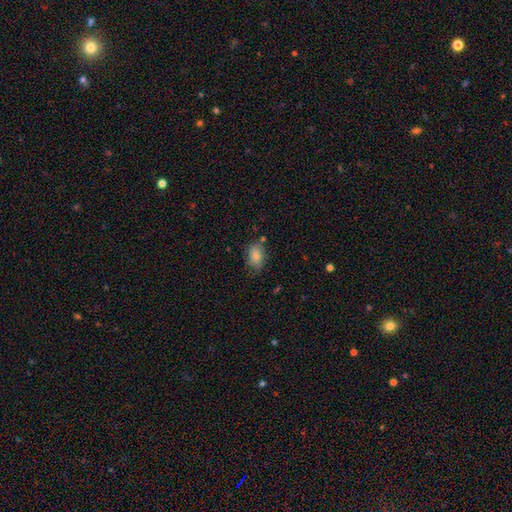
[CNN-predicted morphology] The model was most divided on "merging": none: 65%, minor disturbance: 23%, major disturbance: 6%, merger: 5%. More confident: how rounded — in between (85%); smooth or featured — smooth (81%).